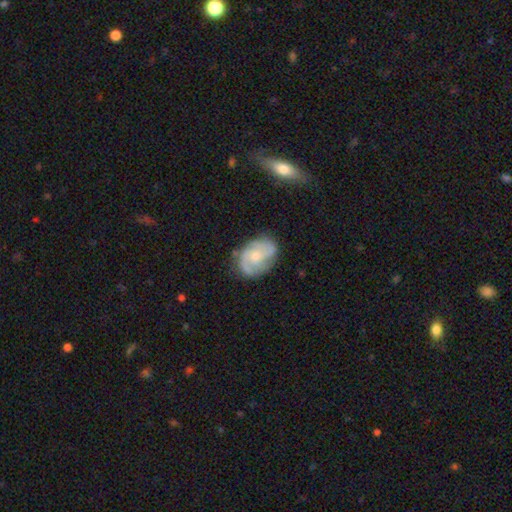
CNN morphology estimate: Q: Smooth or featured?
A: featured or disk (76%); runner-up: smooth (18%)
Q: Edge-on disk?
A: no (98%); runner-up: yes (2%)
Q: Bar?
A: no (68%); runner-up: weak (28%)
Q: Spiral arms?
A: yes (94%); runner-up: no (6%)
Q: Spiral winding?
A: medium (48%); runner-up: tight (32%)
Q: Spiral arm count?
A: 2 (40%); runner-up: 3 (33%)
Q: Bulge size?
A: small (55%); runner-up: moderate (39%)
Q: Merging?
A: none (70%); runner-up: minor disturbance (21%)